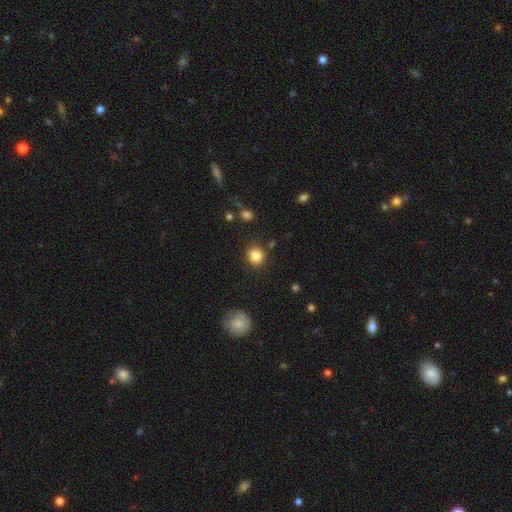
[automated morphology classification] A smooth galaxy with no disk features (84%) that is round (92%). Merging: none (88%).